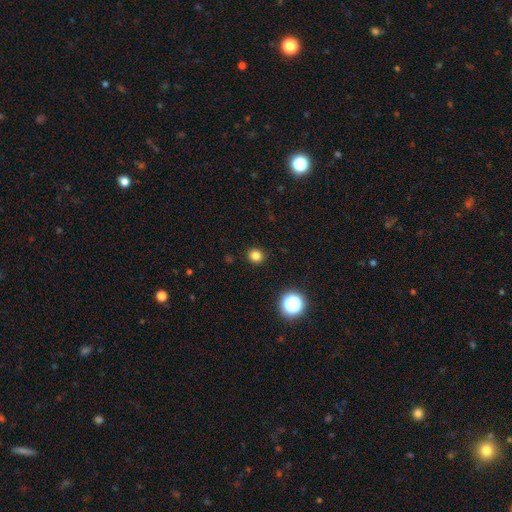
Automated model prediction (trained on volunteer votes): Q: Smooth or featured?
A: smooth (80%); runner-up: star or artifact (15%)
Q: How rounded?
A: round (85%); runner-up: in between (14%)
Q: Merging?
A: none (91%); runner-up: minor disturbance (6%)